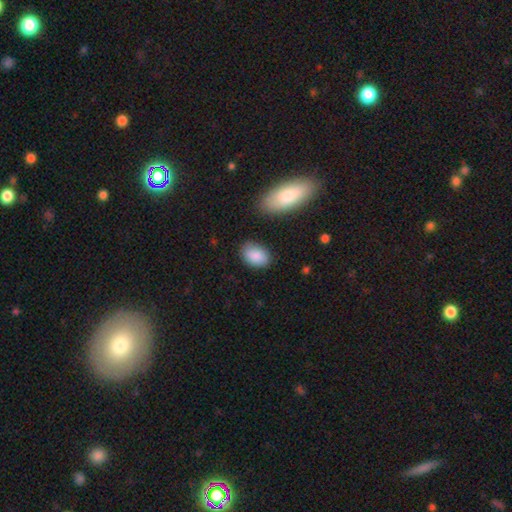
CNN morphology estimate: smooth-or-featured: smooth: 87% | star or artifact: 7% | featured or disk: 6%
  how-rounded: in between: 88% | round: 11% | cigar-shaped: 1%
  merging: none: 80% | minor disturbance: 14% | major disturbance: 3% | merger: 3%